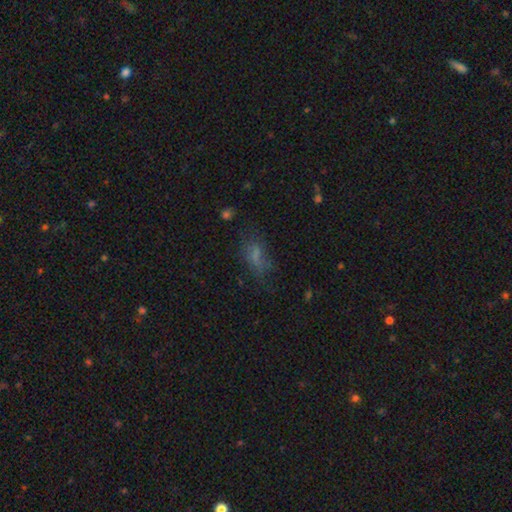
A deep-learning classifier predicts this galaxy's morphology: smooth 59%, star or artifact 21%, featured or disk 20%. Down the decision tree: how rounded — in between (75%); merging — none (51%).